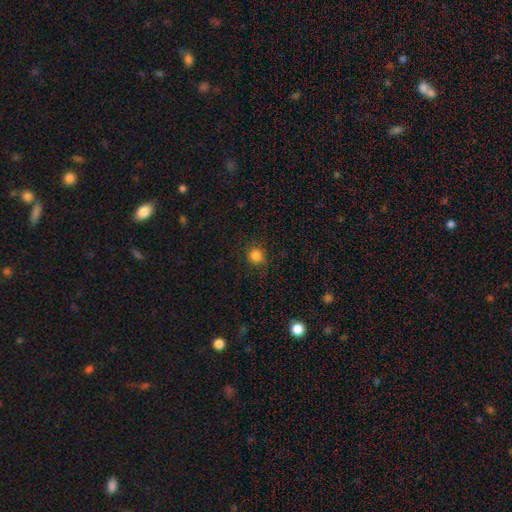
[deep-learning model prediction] This appears to be a smooth galaxy with no disk features (84%) that is round (93%). Merging: none (84%).